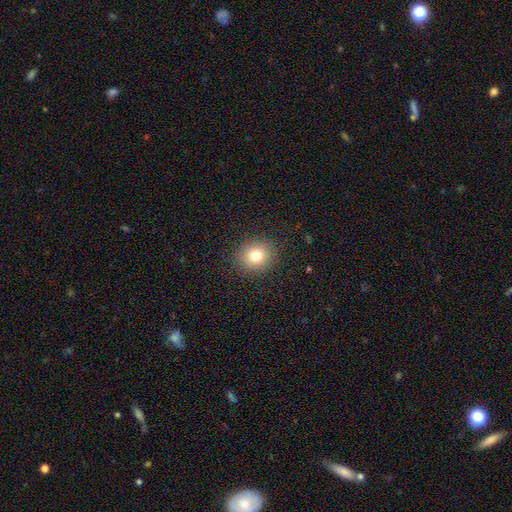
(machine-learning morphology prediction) Smooth or featured: smooth — 78% (star or artifact — 12%)
How rounded: round — 73% (in between — 26%)
Merging: none — 90% (minor disturbance — 7%)